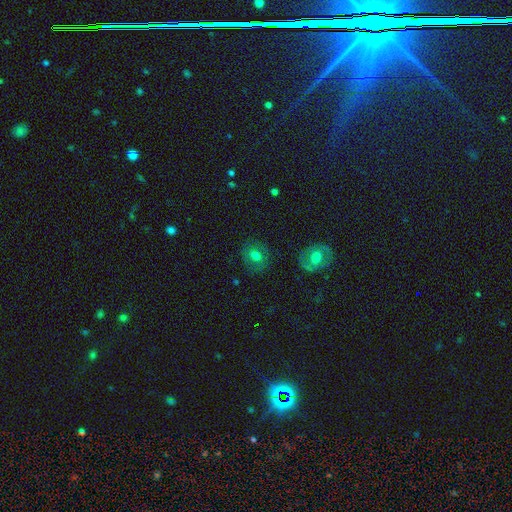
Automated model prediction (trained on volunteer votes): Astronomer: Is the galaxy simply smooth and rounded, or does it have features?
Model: smooth — 64%.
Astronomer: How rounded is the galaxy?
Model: round — 69%.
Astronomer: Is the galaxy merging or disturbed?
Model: none — 83%.